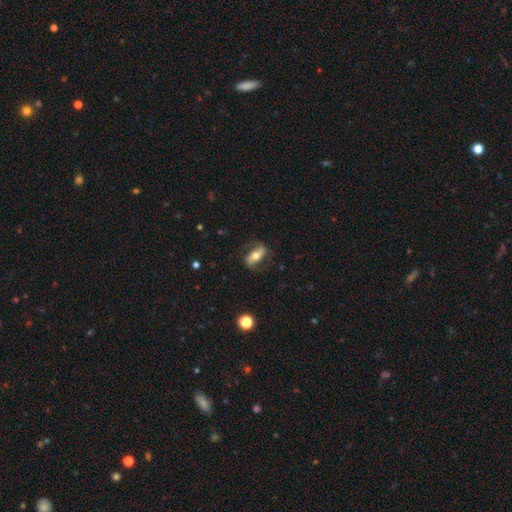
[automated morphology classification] This is possibly a featured or disk galaxy (52%). It is clearly not viewed edge-on (80%). Merging: likely none (73%).